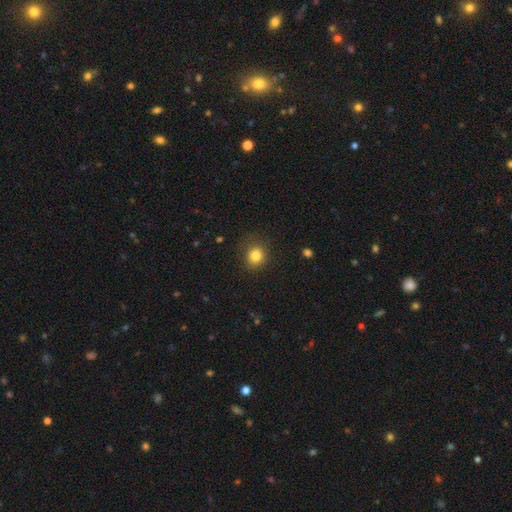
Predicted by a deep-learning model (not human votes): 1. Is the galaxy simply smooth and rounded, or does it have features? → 82% smooth, 12% star or artifact, 6% featured or disk.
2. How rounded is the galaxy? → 83% round, 17% in between, 1% cigar-shaped.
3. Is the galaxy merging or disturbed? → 79% none, 14% minor disturbance, 5% major disturbance, 1% merger.